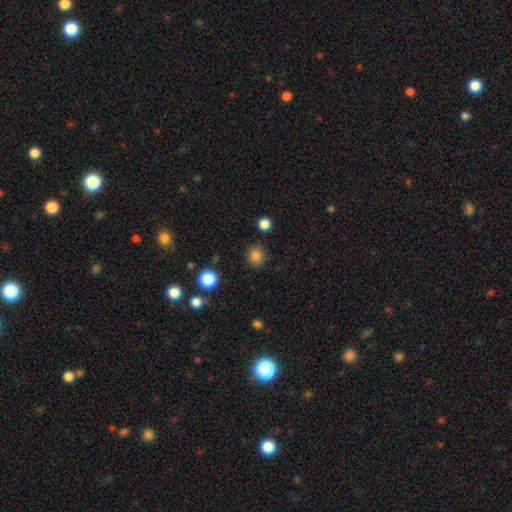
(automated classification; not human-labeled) Overall: smooth (84%). How rounded: round (88%). Merging: none (89%).